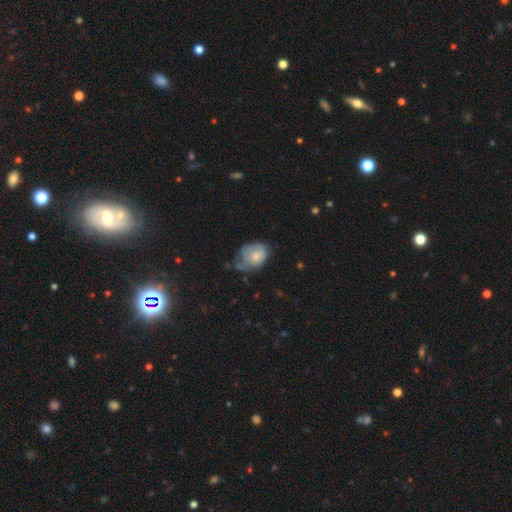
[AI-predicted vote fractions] smooth_or_featured: smooth (p=0.65) [alt: featured or disk p=0.27]
how_rounded: in between (p=0.65) [alt: round p=0.34]
merging: minor disturbance (p=0.39) [alt: none p=0.29]